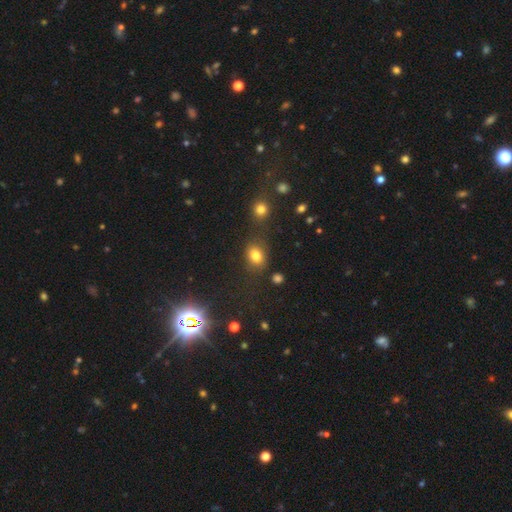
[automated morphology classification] Smooth or featured? smooth (79%)
How rounded? in between (66%)
Merging? none (72%)